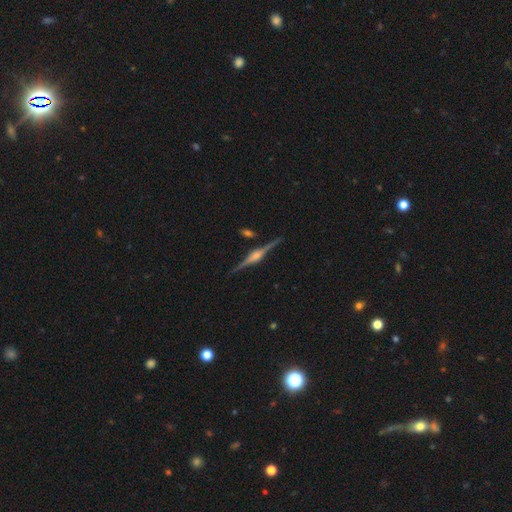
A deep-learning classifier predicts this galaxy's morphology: Smooth or featured?
  - featured or disk: 88% *
  - smooth: 7%
  - star or artifact: 5%
Edge-on disk?
  - yes: 98% *
  - no: 2%
Edge-on bulge?
  - rounded: 81% *
  - boxy: 16%
  - none: 3%
Merging?
  - none: 87% *
  - minor disturbance: 8%
  - merger: 2%
  - major disturbance: 2%